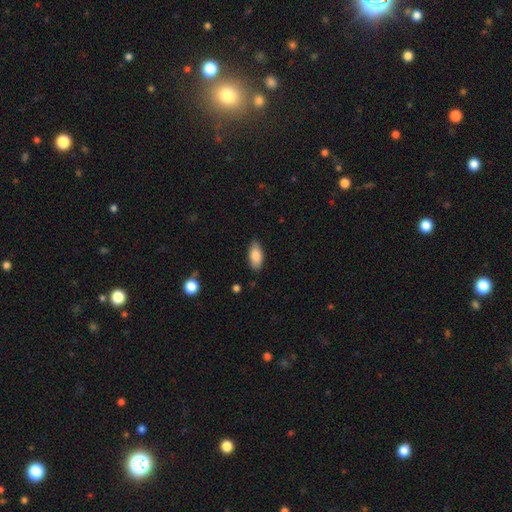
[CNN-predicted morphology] This appears to be a smooth galaxy with no disk features (85%) that is in between round and cigar-shaped (90%). Merging: none (85%).